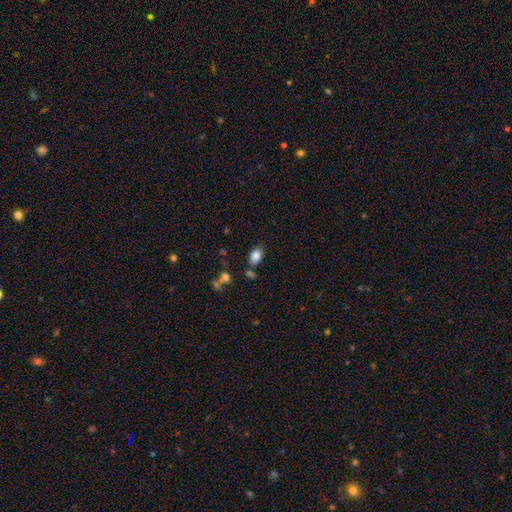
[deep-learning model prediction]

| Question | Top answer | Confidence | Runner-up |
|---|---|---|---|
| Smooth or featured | smooth | 84% | star or artifact (9%) |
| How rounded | in between | 89% | round (9%) |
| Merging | none | 76% | minor disturbance (13%) |